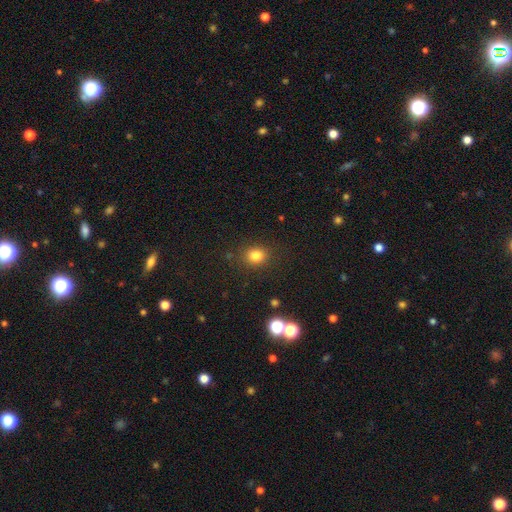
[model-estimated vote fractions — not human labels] smooth-or-featured: smooth: 81% | star or artifact: 14% | featured or disk: 5%
  how-rounded: round: 65% | in between: 34% | cigar-shaped: 1%
  merging: none: 84% | minor disturbance: 10% | major disturbance: 4% | merger: 2%